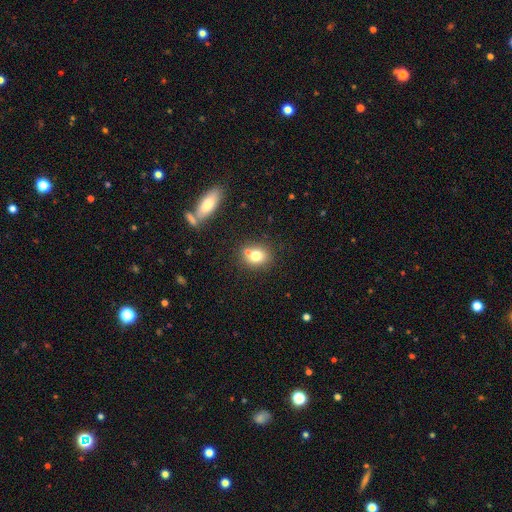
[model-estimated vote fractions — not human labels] This appears to be a smooth galaxy with no disk features (73%) that is round (65%). Merging: none (56%).